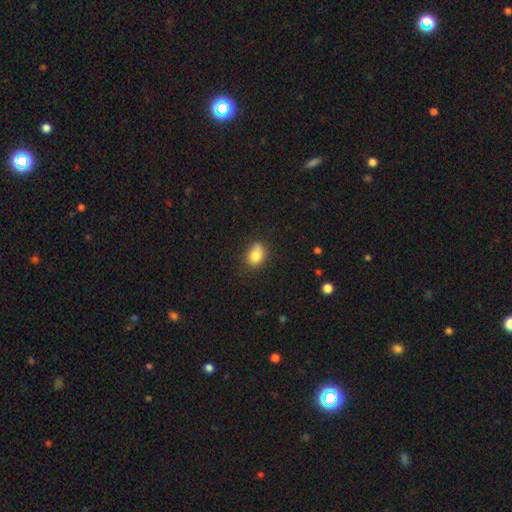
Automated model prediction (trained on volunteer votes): Morphology: type=smooth (83%); roundness=in between (61%); merging=none (68%).